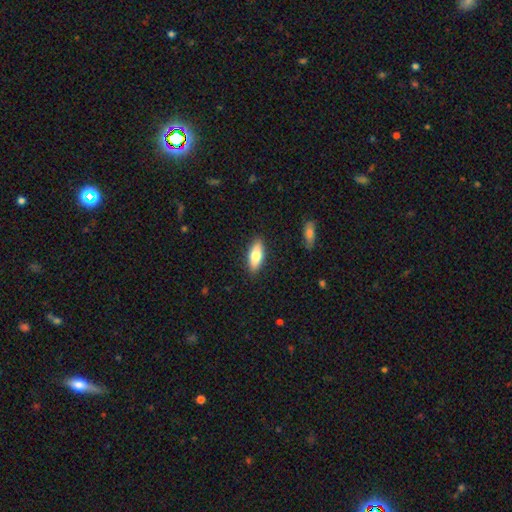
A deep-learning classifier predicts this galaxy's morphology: This is likely a smooth galaxy (72%). How rounded: likely in between (74%). Merging: clearly none (88%).